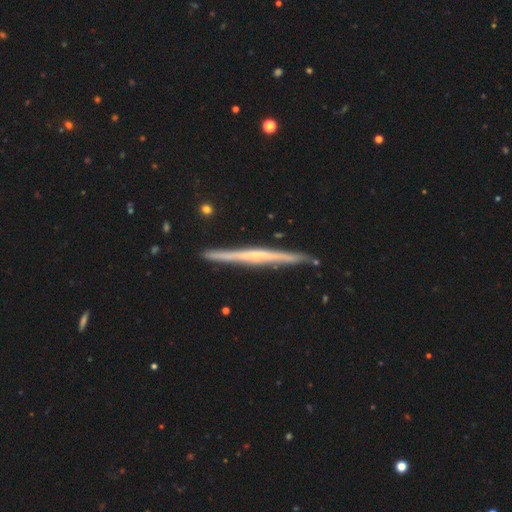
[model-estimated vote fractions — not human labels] Smooth or featured: featured or disk — 74% (smooth — 20%)
Edge-on disk: yes — 98% (no — 2%)
Edge-on bulge: none — 61% (rounded — 28%)
Merging: none — 89% (minor disturbance — 8%)